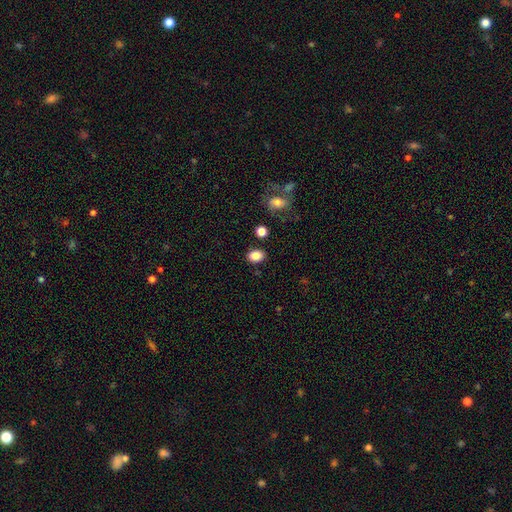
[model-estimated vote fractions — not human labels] Morphology: type=smooth (86%); roundness=in between (74%); merging=none (83%).